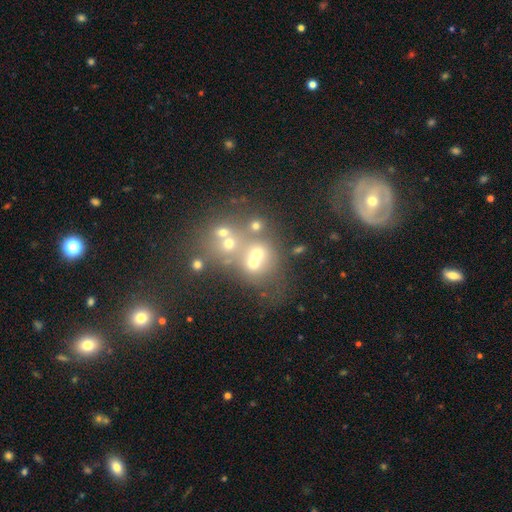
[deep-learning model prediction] Q: Smooth or featured?
A: smooth (44%); runner-up: star or artifact (30%)
Q: Merging?
A: merger (42%); runner-up: none (40%)